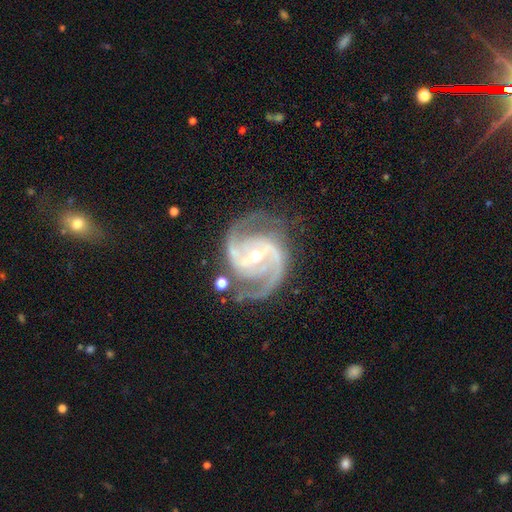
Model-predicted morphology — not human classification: This is clearly a featured or disk galaxy (93%). It is clearly not viewed edge-on (98%). Bar: possibly strong (46%). Spiral arm pattern: clearly yes (99%). Spiral arm count: clearly 2 (84%). Spiral winding: likely medium (61%). Central bulge: possibly small (56%). Merging: likely none (74%).